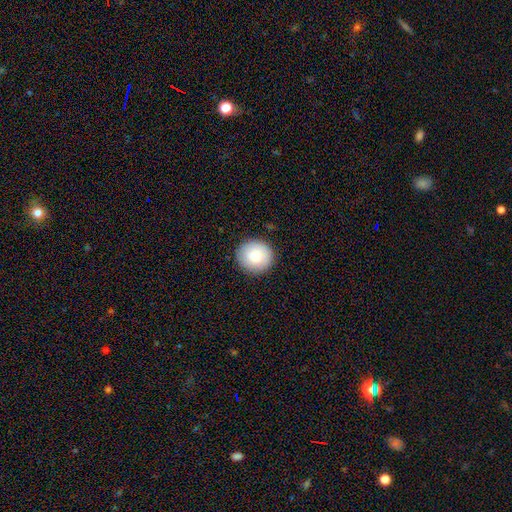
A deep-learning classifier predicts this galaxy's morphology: Q: Smooth or featured?
A: smooth (82%); runner-up: featured or disk (10%)
Q: How rounded?
A: round (91%); runner-up: in between (9%)
Q: Merging?
A: none (90%); runner-up: minor disturbance (8%)